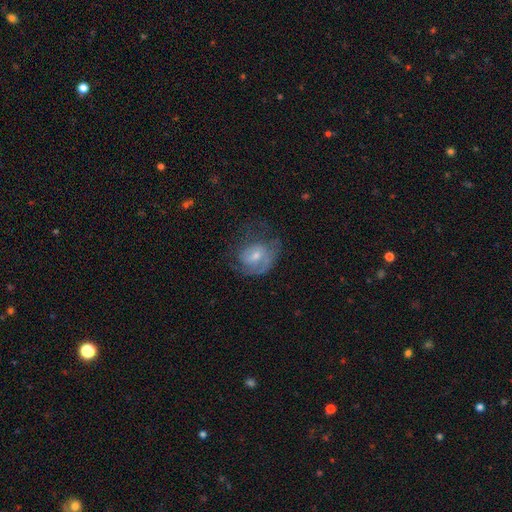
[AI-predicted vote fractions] A featured or disk galaxy (69%) with no bar (54%), 2 (35%) tight (47%) spiral arms (82%) and a moderate central bulge (47%). Merging: none (54%).